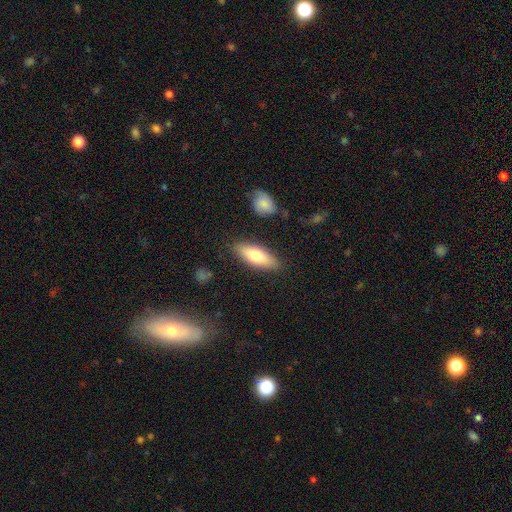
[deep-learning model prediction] Smooth or featured: smooth — 70% (featured or disk — 24%)
How rounded: in between — 59% (cigar-shaped — 38%)
Merging: none — 84% (minor disturbance — 11%)